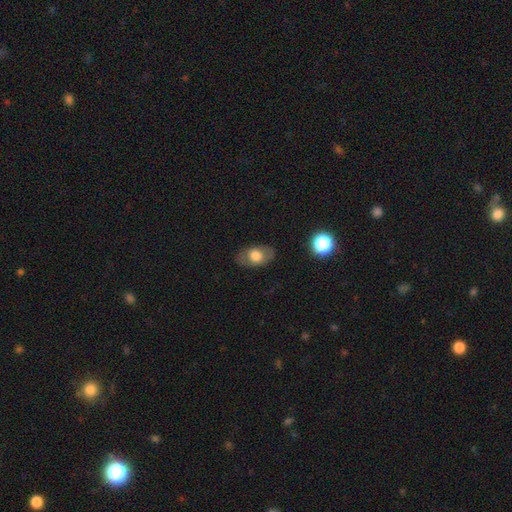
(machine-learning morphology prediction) type=smooth (64%); roundness=in between (83%); merging=none (81%).